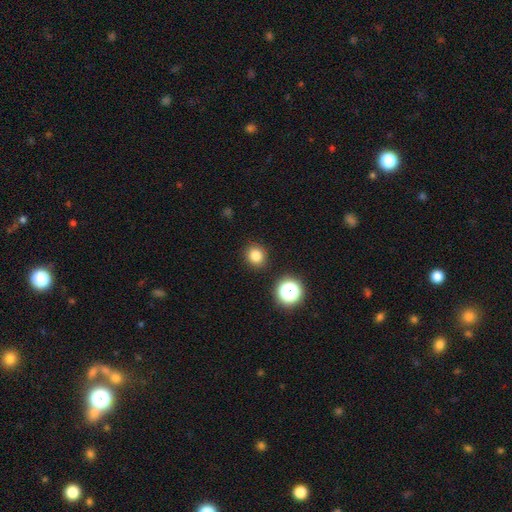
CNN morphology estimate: Smooth or featured? Predicted: smooth (p=0.81). How rounded? Predicted: round (p=0.83). Merging? Predicted: none (p=0.89).